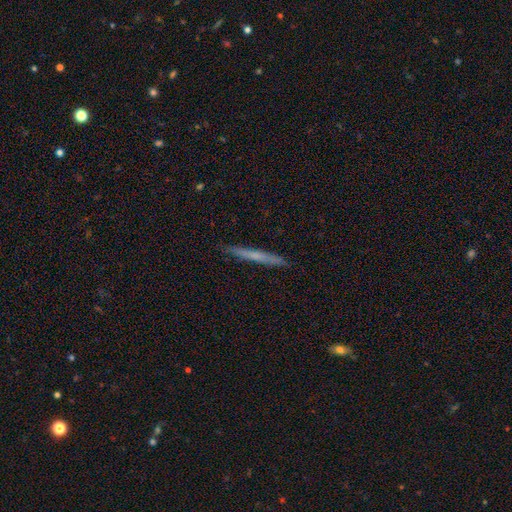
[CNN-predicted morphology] Smooth or featured: smooth — 52% (featured or disk — 42%)
How rounded: cigar-shaped — 97% (in between — 2%)
Merging: none — 91% (minor disturbance — 7%)